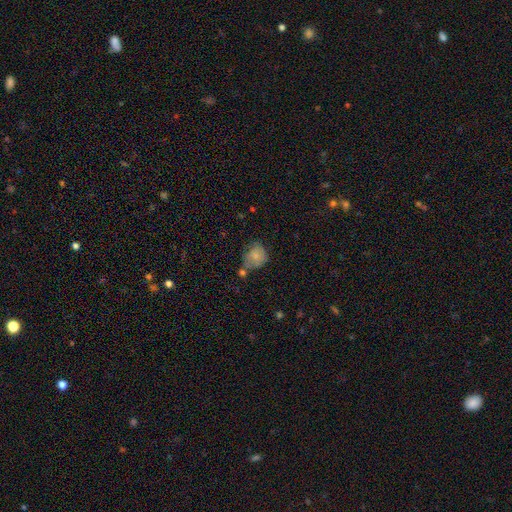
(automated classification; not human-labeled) Smooth or featured?
  - smooth: 73% *
  - featured or disk: 18%
  - star or artifact: 9%
How rounded?
  - round: 58% *
  - in between: 41%
  - cigar-shaped: 1%
Merging?
  - none: 43% *
  - minor disturbance: 29%
  - merger: 17%
  - major disturbance: 12%